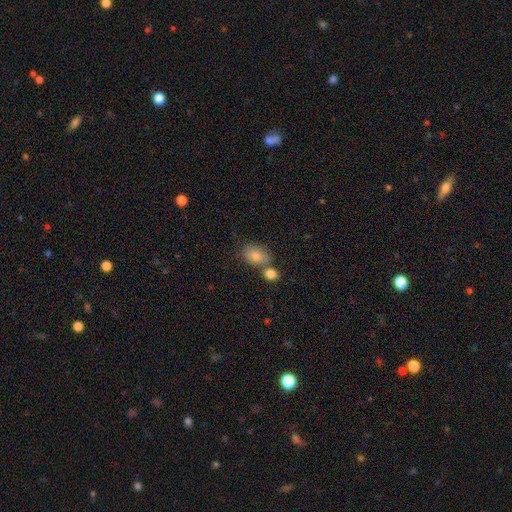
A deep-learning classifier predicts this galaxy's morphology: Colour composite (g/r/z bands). It shows a smooth galaxy with no disk features (80%) that is in between round and cigar-shaped (75%). Merging: none (51%).